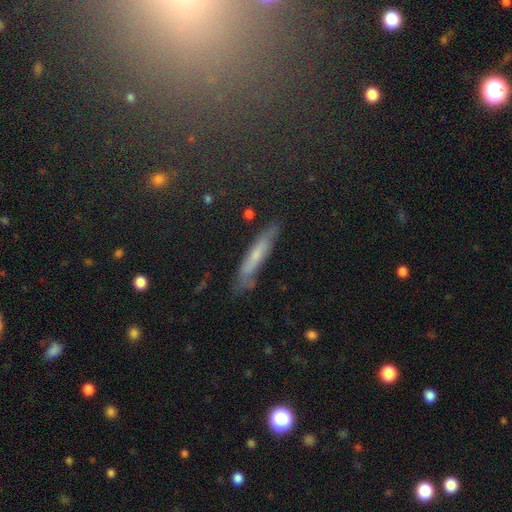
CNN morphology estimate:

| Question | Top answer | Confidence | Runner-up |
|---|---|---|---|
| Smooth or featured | smooth | 47% | featured or disk (43%) |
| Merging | none | 72% | minor disturbance (20%) |